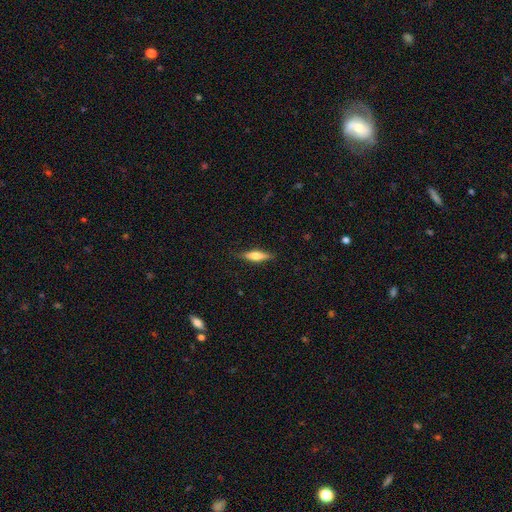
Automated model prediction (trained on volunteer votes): A smooth galaxy with no disk features (55%) that is cigar-shaped (66%).

Vote fractions:
- Smooth or featured? smooth: 55% / featured or disk: 39% / star or artifact: 6%
- How rounded? cigar-shaped: 66% / in between: 32% / round: 2%
- Merging? none: 84% / minor disturbance: 12% / major disturbance: 3% / merger: 1%